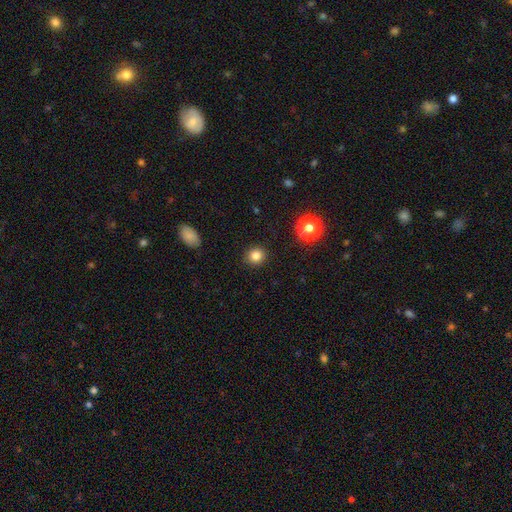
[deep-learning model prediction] Smooth or featured? Predicted: smooth (p=0.83). How rounded? Predicted: round (p=0.86). Merging? Predicted: none (p=0.91).